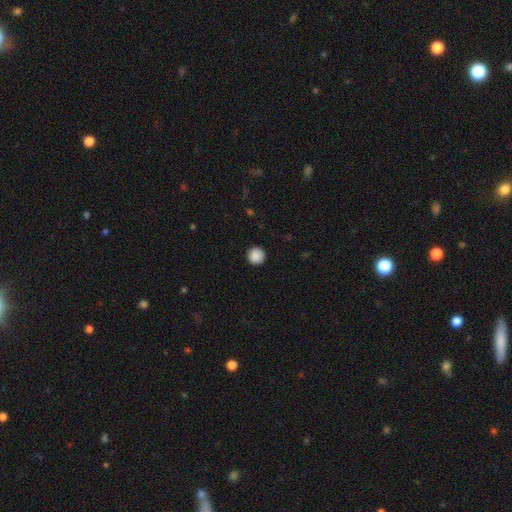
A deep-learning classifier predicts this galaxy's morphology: Q: Smooth or featured?
A: smooth (89%); runner-up: star or artifact (8%)
Q: How rounded?
A: round (95%); runner-up: in between (4%)
Q: Merging?
A: none (92%); runner-up: minor disturbance (6%)